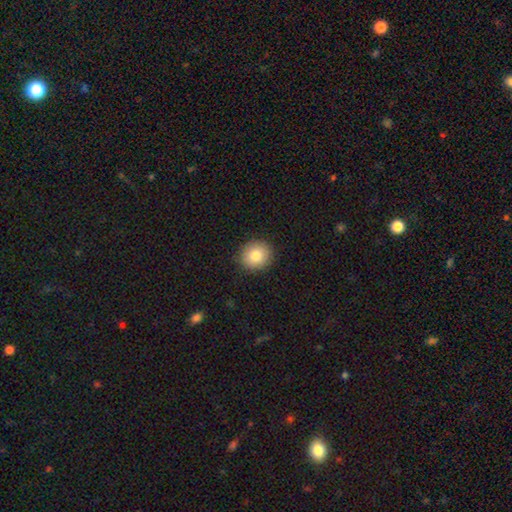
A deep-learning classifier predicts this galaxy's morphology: The model was most divided on "how rounded": round: 82%, in between: 17%, cigar-shaped: 1%. More confident: merging — none (91%); smooth or featured — smooth (82%).